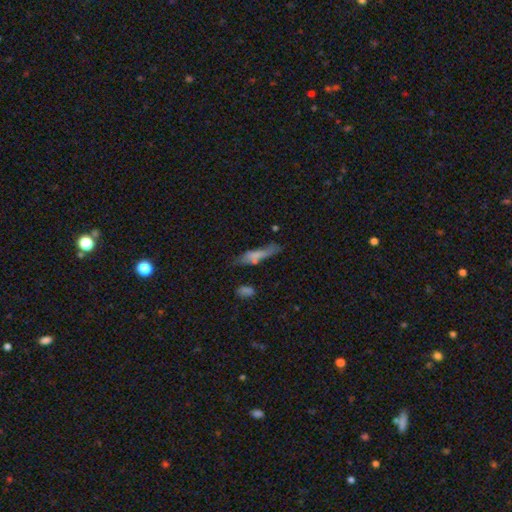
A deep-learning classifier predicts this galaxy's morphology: A smooth galaxy with no disk features (69%) that is cigar-shaped (75%).

Vote fractions:
- Smooth or featured? smooth: 69% / featured or disk: 23% / star or artifact: 8%
- How rounded? cigar-shaped: 75% / in between: 22% / round: 2%
- Merging? none: 58% / minor disturbance: 25% / major disturbance: 8% / merger: 8%